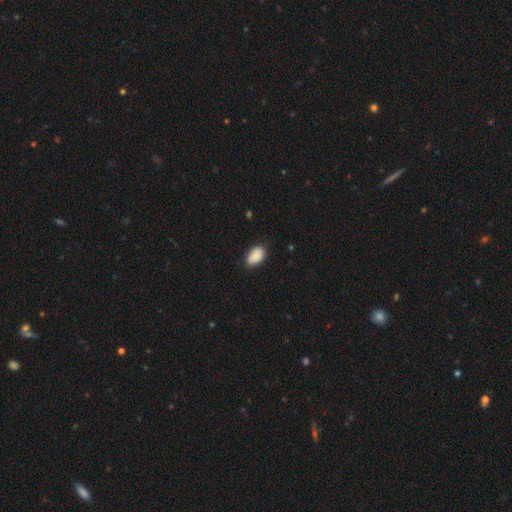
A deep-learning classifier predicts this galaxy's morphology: smooth 89%, star or artifact 7%, featured or disk 4%. Down the decision tree: how rounded — in between (91%); merging — none (77%).